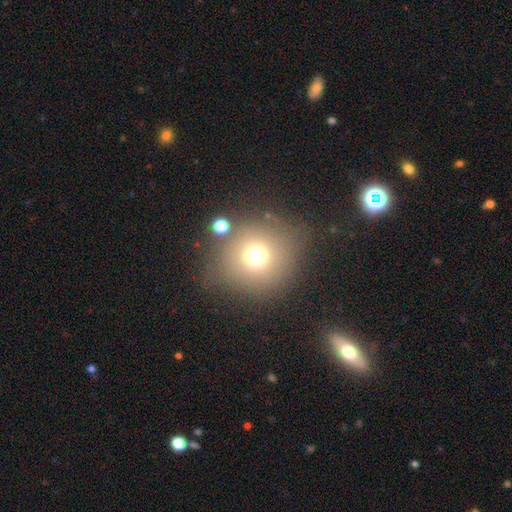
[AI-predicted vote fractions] Q: Smooth or featured?
A: smooth (70%); runner-up: star or artifact (17%)
Q: How rounded?
A: round (91%); runner-up: in between (8%)
Q: Merging?
A: none (76%); runner-up: minor disturbance (12%)